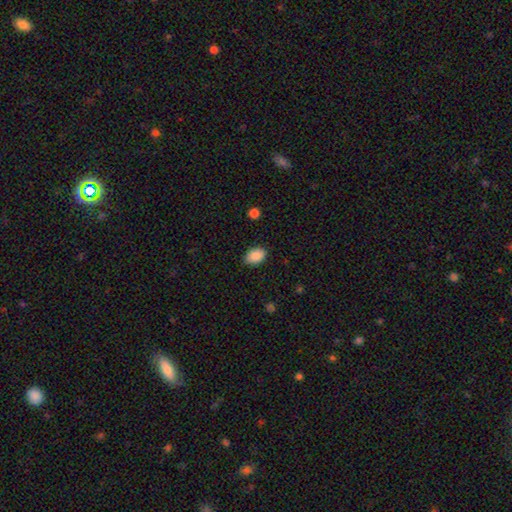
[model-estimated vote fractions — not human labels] smooth-or-featured: smooth: 89% | star or artifact: 7% | featured or disk: 4%
  how-rounded: in between: 87% | round: 12% | cigar-shaped: 1%
  merging: none: 84% | minor disturbance: 12% | major disturbance: 2% | merger: 1%